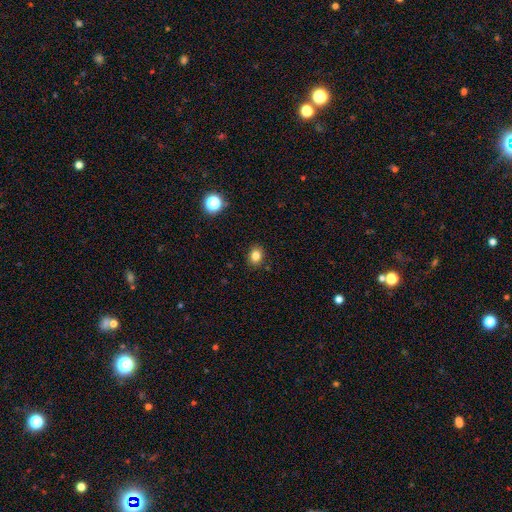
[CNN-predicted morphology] Smooth or featured: smooth — 82% (star or artifact — 12%)
How rounded: round — 50% (in between — 49%)
Merging: none — 88% (minor disturbance — 9%)